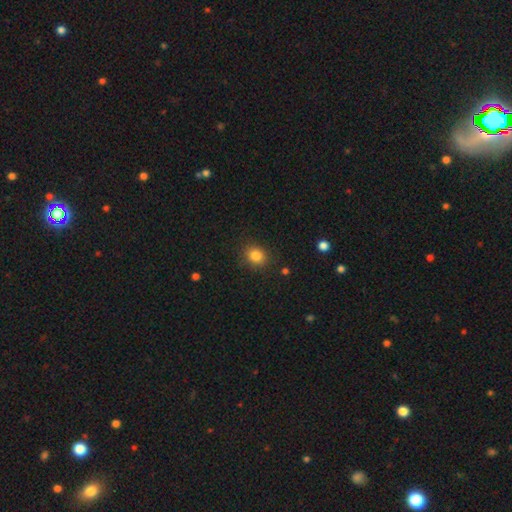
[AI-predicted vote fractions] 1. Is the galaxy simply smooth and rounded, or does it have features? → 83% smooth, 11% star or artifact, 5% featured or disk.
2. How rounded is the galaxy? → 71% round, 28% in between, 1% cigar-shaped.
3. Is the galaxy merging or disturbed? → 87% none, 9% minor disturbance, 3% major disturbance, 1% merger.